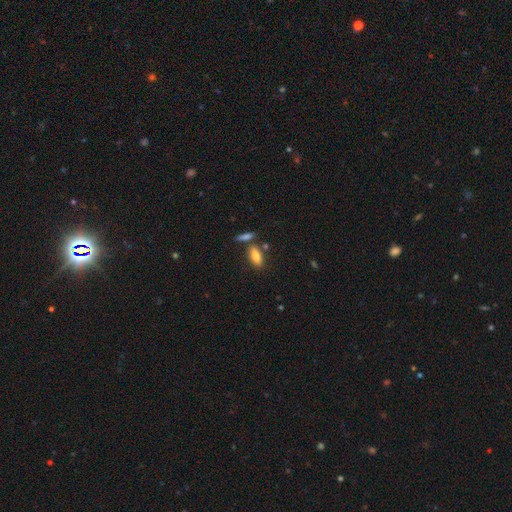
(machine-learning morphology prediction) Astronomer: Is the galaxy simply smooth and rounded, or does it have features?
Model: smooth — 80%.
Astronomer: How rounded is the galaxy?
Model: in between — 80%.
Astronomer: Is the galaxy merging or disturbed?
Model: none — 68%.